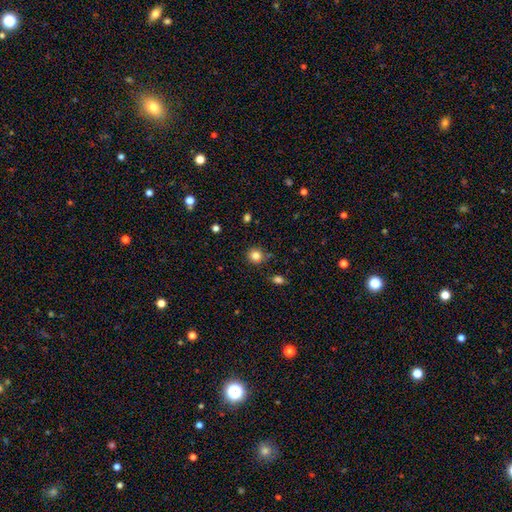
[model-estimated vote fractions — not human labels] Q: Smooth or featured?
A: smooth (83%); runner-up: star or artifact (12%)
Q: How rounded?
A: round (88%); runner-up: in between (11%)
Q: Merging?
A: none (79%); runner-up: minor disturbance (14%)